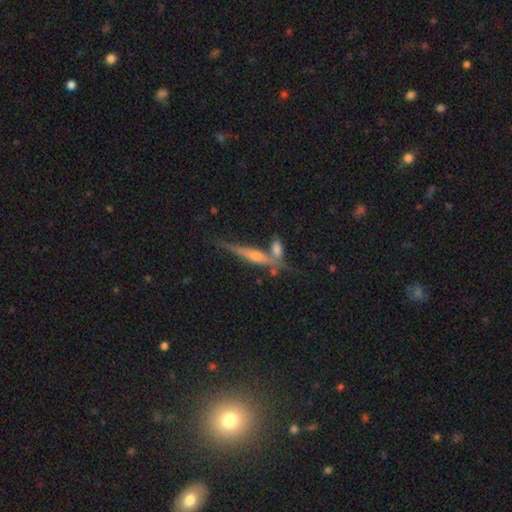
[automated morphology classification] featured or disk 65%, smooth 25%, star or artifact 9%. Down the decision tree: edge-on disk — yes (94%); edge-on bulge — rounded (75%); merging — none (58%).